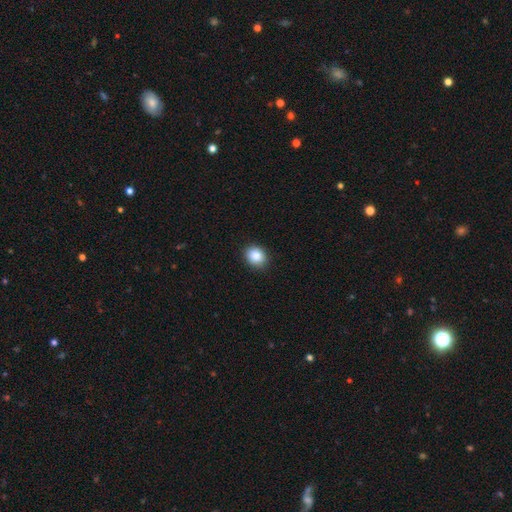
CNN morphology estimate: This appears to be a smooth galaxy with no disk features (86%) that is round (62%). Merging: none (89%).